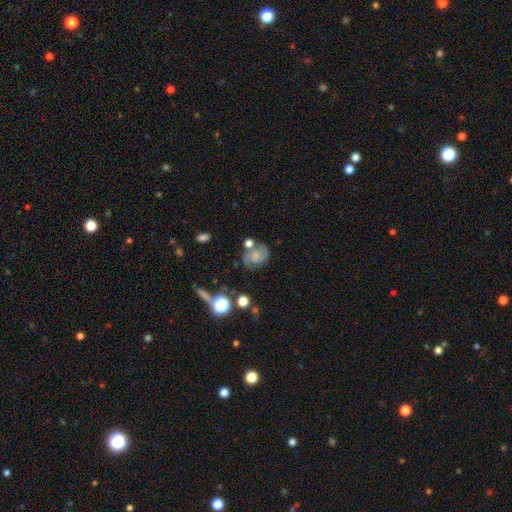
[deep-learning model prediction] This appears to be a featured or disk galaxy (58%) with no bar (65%), spiral arms (88%) and a small central bulge (41%). Merging: none (56%).